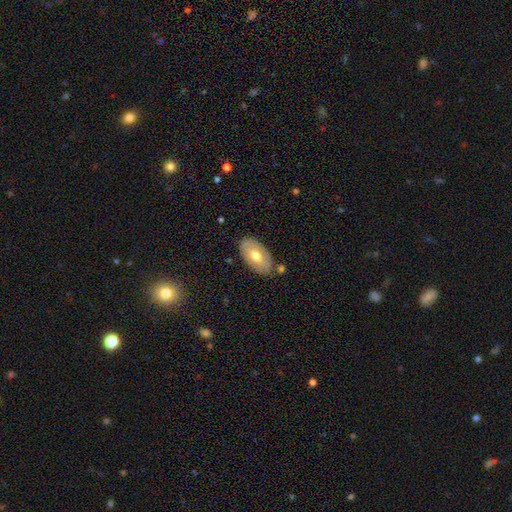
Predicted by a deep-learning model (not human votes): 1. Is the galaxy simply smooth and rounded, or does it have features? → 55% smooth, 38% featured or disk, 7% star or artifact.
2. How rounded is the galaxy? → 93% in between, 5% round, 2% cigar-shaped.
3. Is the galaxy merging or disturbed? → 79% none, 14% minor disturbance, 4% merger, 3% major disturbance.